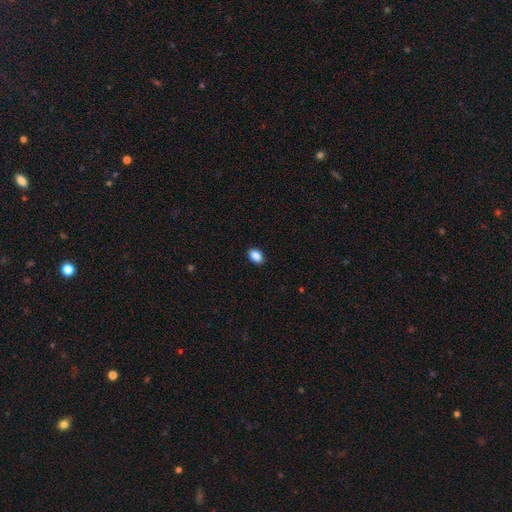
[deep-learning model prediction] Q: Smooth or featured?
A: smooth (88%); runner-up: star or artifact (8%)
Q: How rounded?
A: in between (82%); runner-up: round (16%)
Q: Merging?
A: none (90%); runner-up: minor disturbance (8%)